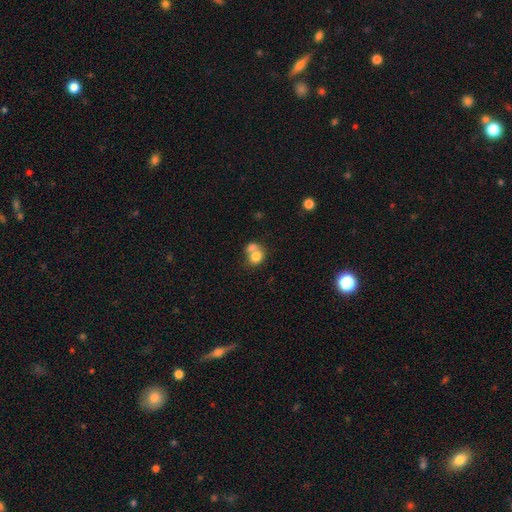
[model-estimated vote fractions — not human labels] A smooth galaxy with no disk features (76%) that is round (64%).

Vote fractions:
- Smooth or featured? smooth: 76% / featured or disk: 14% / star or artifact: 9%
- How rounded? round: 64% / in between: 35% / cigar-shaped: 1%
- Merging? merger: 59% / none: 28% / minor disturbance: 8% / major disturbance: 5%